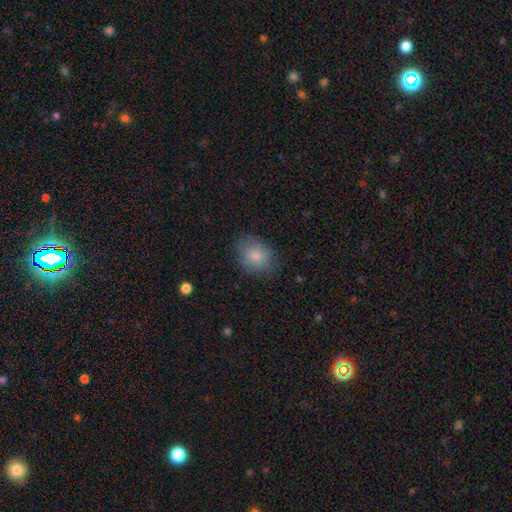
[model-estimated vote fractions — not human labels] Smooth or featured: smooth — 82% (featured or disk — 9%)
How rounded: in between — 55% (round — 44%)
Merging: none — 77% (minor disturbance — 17%)